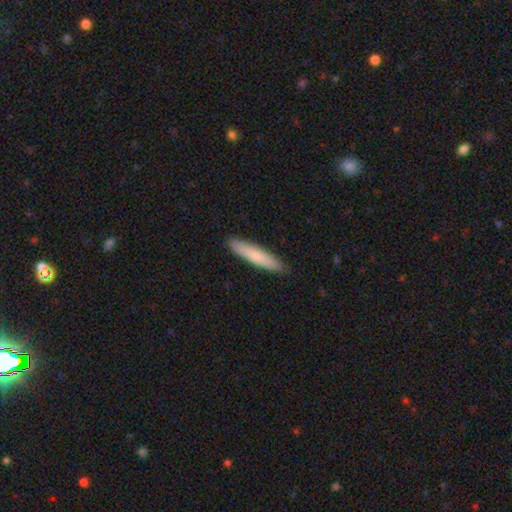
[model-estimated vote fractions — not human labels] Overall: smooth (76%). How rounded: cigar-shaped (87%). Merging: none (90%).